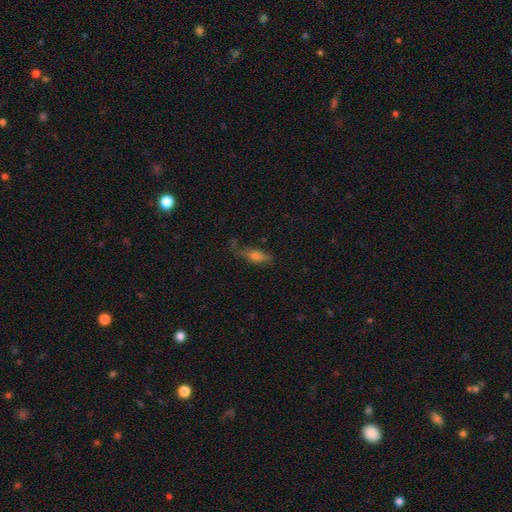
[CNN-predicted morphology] smooth-or-featured: smooth: 53% | featured or disk: 34% | star or artifact: 13%
  how-rounded: in between: 52% | cigar-shaped: 43% | round: 5%
  merging: none: 60% | minor disturbance: 24% | major disturbance: 12% | merger: 4%